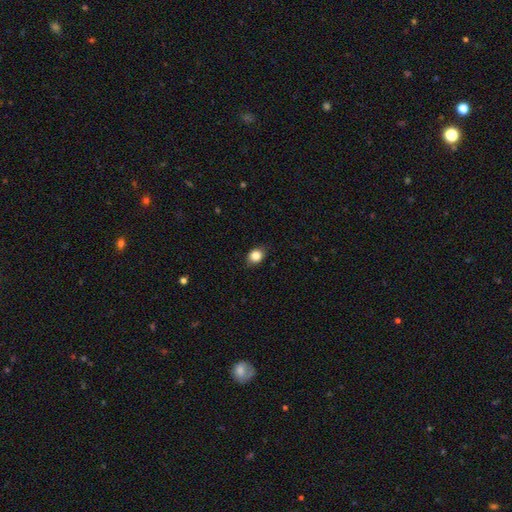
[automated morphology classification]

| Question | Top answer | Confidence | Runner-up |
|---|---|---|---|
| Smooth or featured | smooth | 84% | star or artifact (10%) |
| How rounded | round | 53% | in between (46%) |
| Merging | none | 84% | minor disturbance (13%) |